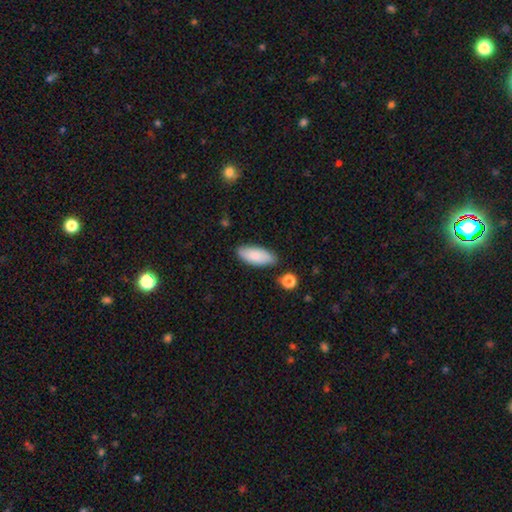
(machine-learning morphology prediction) A smooth galaxy with no disk features (83%) that is in between round and cigar-shaped (84%). Merging: none (80%).